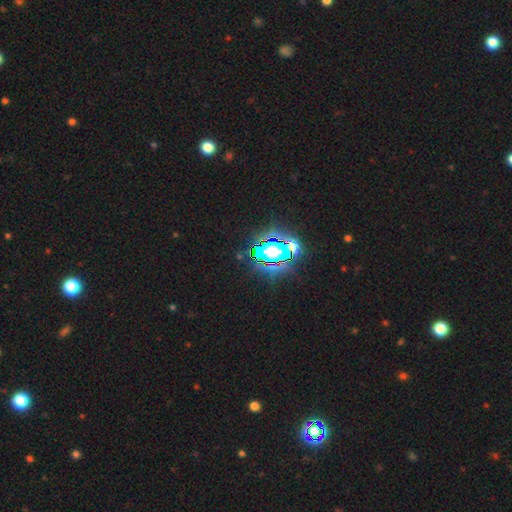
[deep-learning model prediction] Q: Smooth or featured?
A: star or artifact (84%); runner-up: smooth (9%)